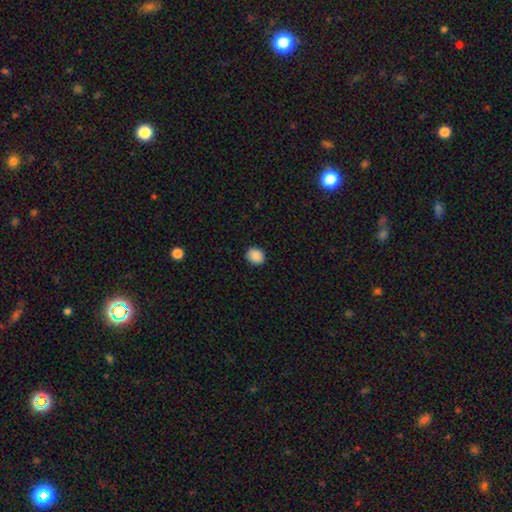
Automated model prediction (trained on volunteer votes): Smooth or featured? smooth (89%)
How rounded? round (54%)
Merging? none (90%)